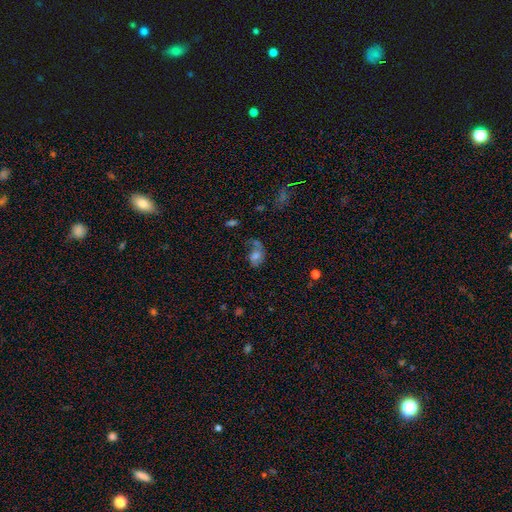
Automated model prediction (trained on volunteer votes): smooth-or-featured: smooth: 47% | featured or disk: 38% | star or artifact: 16%
  merging: none: 34% | major disturbance: 32% | minor disturbance: 21% | merger: 13%